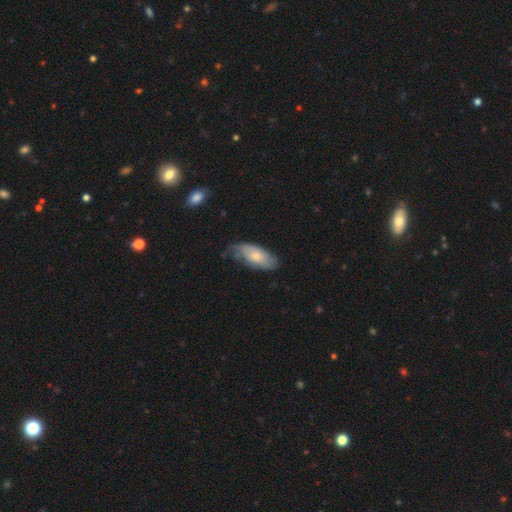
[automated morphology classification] Smooth or featured? smooth (59%)
How rounded? in between (88%)
Merging? none (50%)